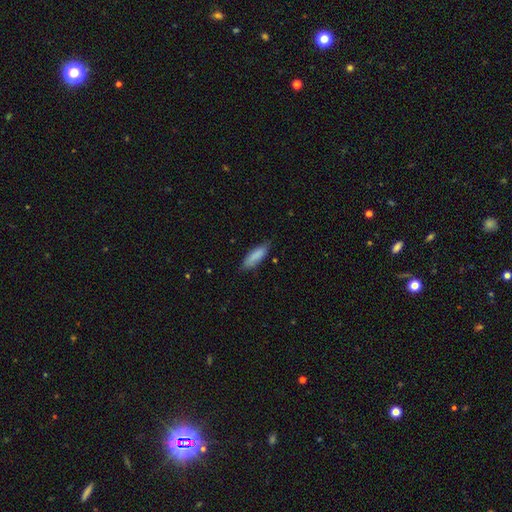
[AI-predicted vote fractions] This appears to be a smooth galaxy with no disk features (85%) that is in between round and cigar-shaped (50%). Merging: none (74%).